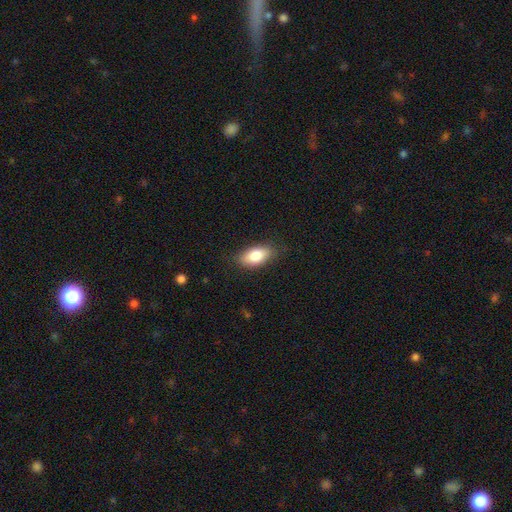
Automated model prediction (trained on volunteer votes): Morphology: type=smooth (83%); roundness=in between (90%); merging=none (83%).